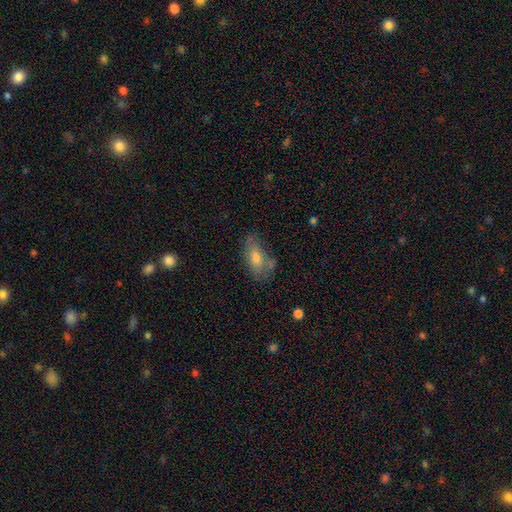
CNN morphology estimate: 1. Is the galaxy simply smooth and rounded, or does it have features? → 62% smooth, 28% featured or disk, 10% star or artifact.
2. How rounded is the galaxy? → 79% in between, 15% cigar-shaped, 5% round.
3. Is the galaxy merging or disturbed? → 60% none, 24% minor disturbance, 8% major disturbance, 8% merger.